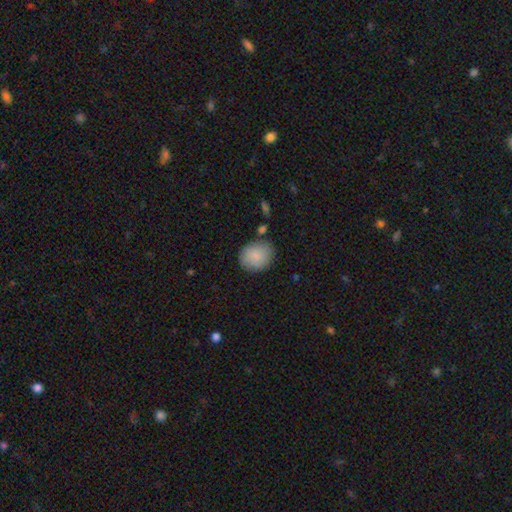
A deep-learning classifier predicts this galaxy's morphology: Smooth or featured? Predicted: smooth (p=0.88). How rounded? Predicted: round (p=0.63). Merging? Predicted: none (p=0.77).